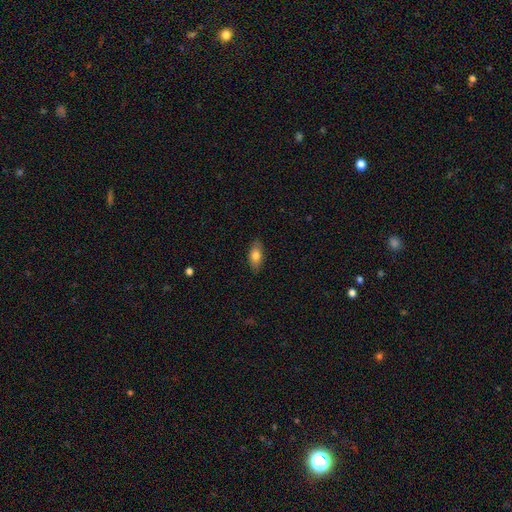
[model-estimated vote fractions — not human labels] Q: Smooth or featured?
A: smooth (78%); runner-up: featured or disk (15%)
Q: How rounded?
A: in between (86%); runner-up: cigar-shaped (10%)
Q: Merging?
A: none (87%); runner-up: minor disturbance (10%)